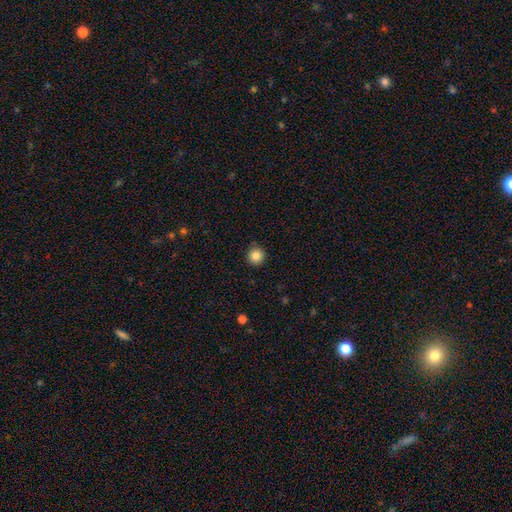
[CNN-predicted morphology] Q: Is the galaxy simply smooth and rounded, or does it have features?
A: smooth — 85%.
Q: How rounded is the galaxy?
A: round — 94%.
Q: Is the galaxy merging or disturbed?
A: none — 89%.